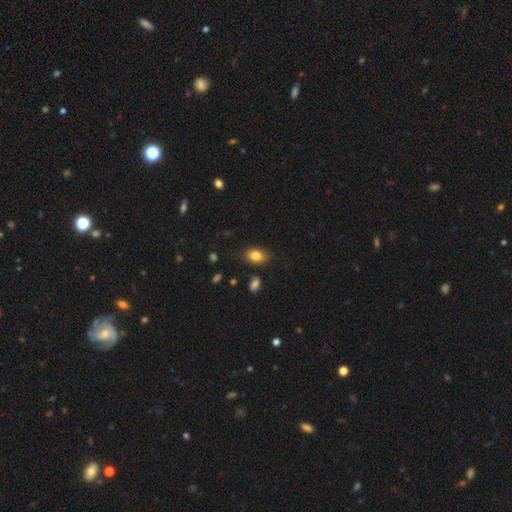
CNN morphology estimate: Overall: smooth (84%). How rounded: in between (80%). Merging: none (80%).